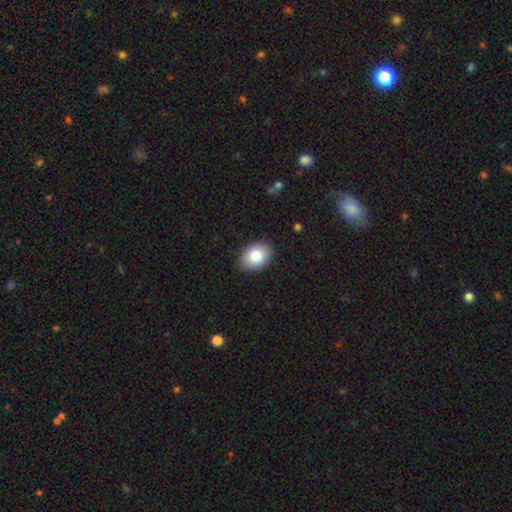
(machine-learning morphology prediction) smooth-or-featured: smooth: 83% | featured or disk: 9% | star or artifact: 8%
  how-rounded: in between: 73% | round: 26% | cigar-shaped: 1%
  merging: none: 88% | minor disturbance: 9% | major disturbance: 2% | merger: 1%